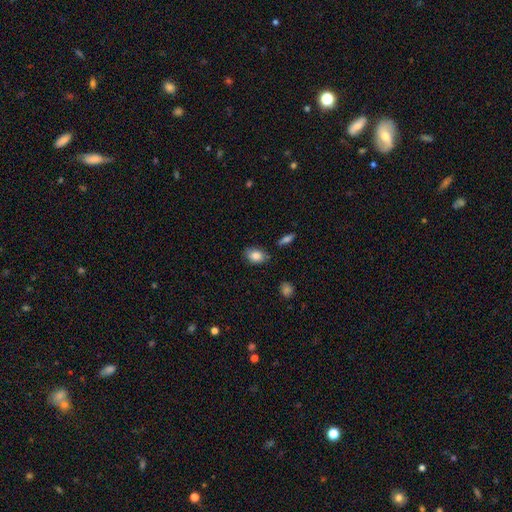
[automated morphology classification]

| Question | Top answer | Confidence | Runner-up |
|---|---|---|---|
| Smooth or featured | smooth | 85% | star or artifact (8%) |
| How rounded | in between | 79% | round (20%) |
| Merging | none | 77% | minor disturbance (17%) |